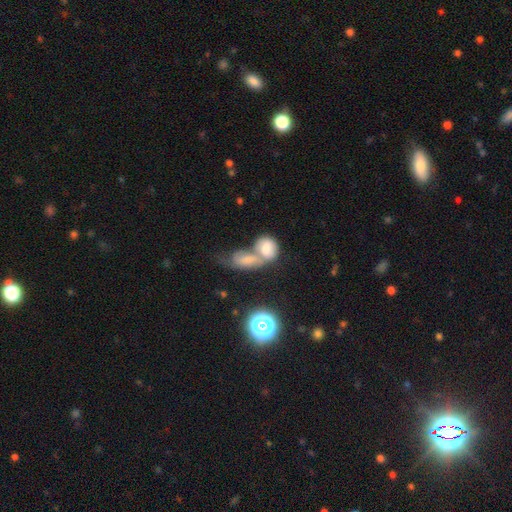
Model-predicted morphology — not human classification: This appears to be a smooth galaxy with no disk features (51%) that is in between round and cigar-shaped (52%). Merging: merger (59%).